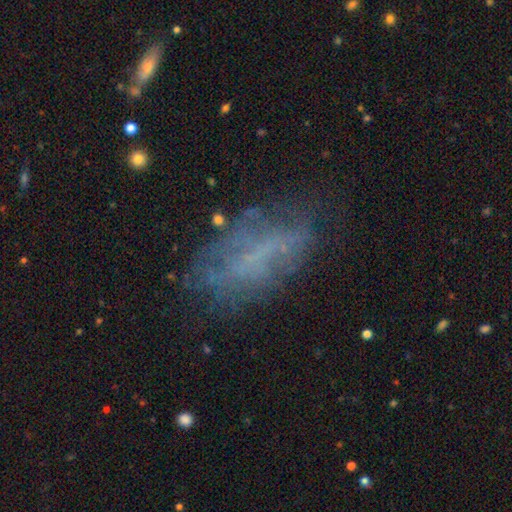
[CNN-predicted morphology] type=featured or disk (42%); merging=none (60%).